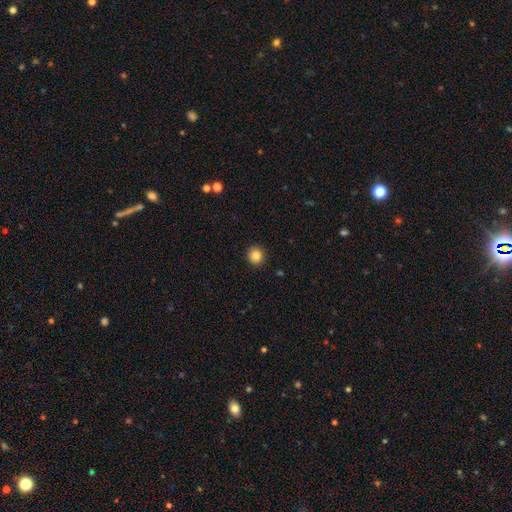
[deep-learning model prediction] Smooth or featured?
  - smooth: 85% *
  - star or artifact: 10%
  - featured or disk: 5%
How rounded?
  - round: 94% *
  - in between: 5%
  - cigar-shaped: 1%
Merging?
  - none: 93% *
  - minor disturbance: 4%
  - major disturbance: 2%
  - merger: 1%